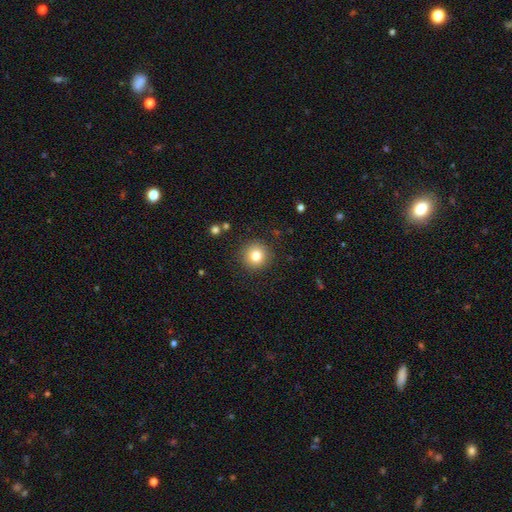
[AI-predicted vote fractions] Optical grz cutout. It shows a smooth galaxy with no disk features (80%) that is round (94%). Merging: none (89%).